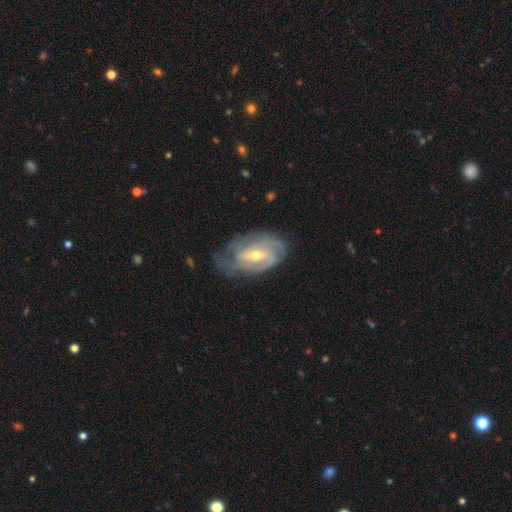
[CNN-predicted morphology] smooth-or-featured: featured or disk: 79% | smooth: 13% | star or artifact: 8%
  disk-edge-on: no: 94% | yes: 6%
    bar: weak: 47% | strong: 27% | no: 26%
    has-spiral-arms: yes: 90% | no: 10%
      spiral-winding: tight: 59% | medium: 31% | loose: 10%
      spiral-arm-count: can't tell: 36% | 2: 31% | 3: 17% | 4: 7% | 1: 4% | more than 4: 4%
    bulge-size: moderate: 50% | small: 46% | large: 2% | none: 1% | dominant: 1%
  merging: none: 68% | minor disturbance: 22% | major disturbance: 8% | merger: 1%